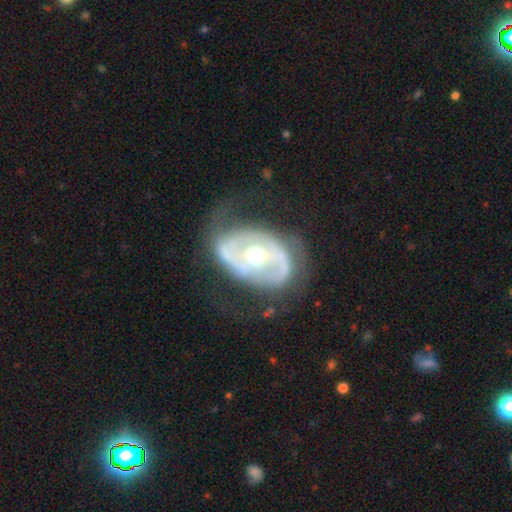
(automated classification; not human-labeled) Smooth or featured? featured or disk (80%)
Edge-on disk? no (95%)
Bar? no (51%)
Spiral arms? yes (68%)
Spiral winding? medium (39%)
Spiral arm count? 2 (74%)
Bulge size? moderate (76%)
Merging? none (53%)